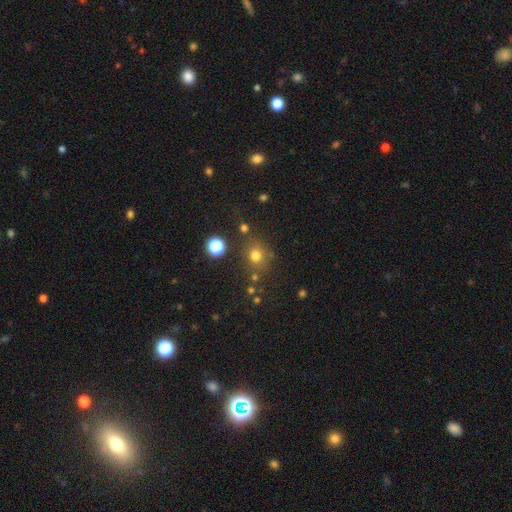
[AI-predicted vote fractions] smooth 73%, star or artifact 19%, featured or disk 8%. Down the decision tree: how rounded — round (78%); merging — none (76%).